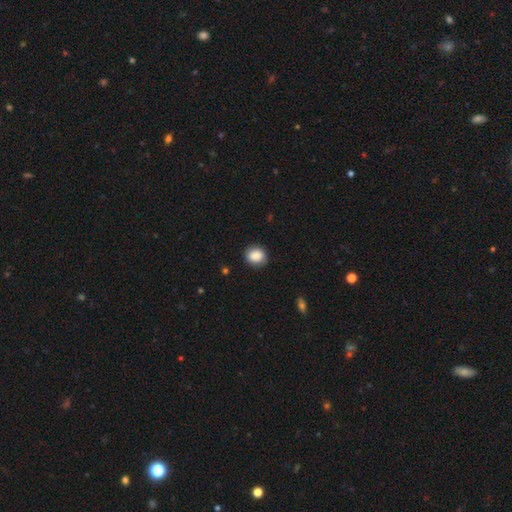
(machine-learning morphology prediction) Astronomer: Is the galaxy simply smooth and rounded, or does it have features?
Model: smooth — 86%.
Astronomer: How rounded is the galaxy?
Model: round — 69%.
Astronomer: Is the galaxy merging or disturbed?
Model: none — 83%.